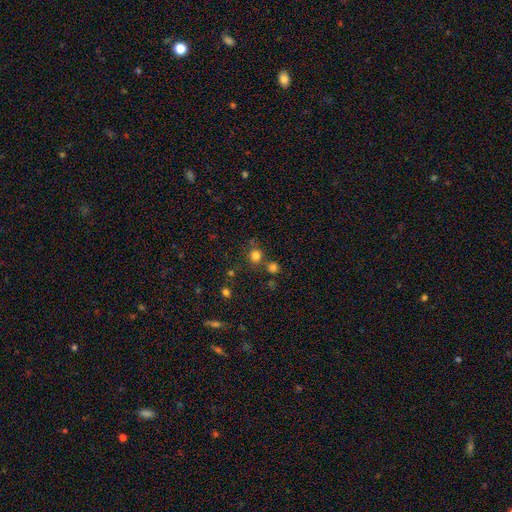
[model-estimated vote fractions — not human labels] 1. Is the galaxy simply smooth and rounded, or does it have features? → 78% smooth, 16% star or artifact, 6% featured or disk.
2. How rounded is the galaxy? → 88% round, 11% in between, 1% cigar-shaped.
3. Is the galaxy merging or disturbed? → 73% none, 14% merger, 9% minor disturbance, 4% major disturbance.